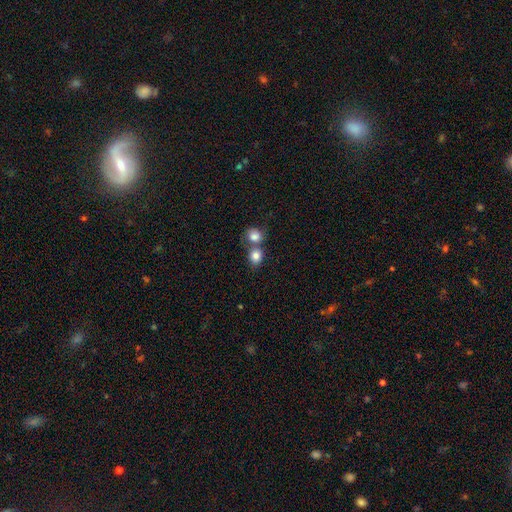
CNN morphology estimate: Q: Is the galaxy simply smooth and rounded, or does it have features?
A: smooth — 82%.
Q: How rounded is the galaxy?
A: round — 66%.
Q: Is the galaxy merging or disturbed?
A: merger — 51%.